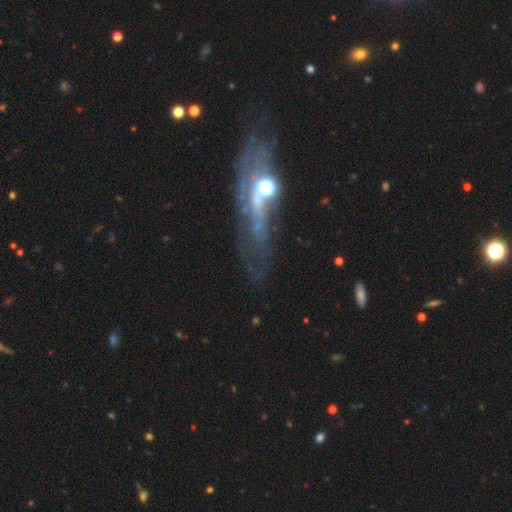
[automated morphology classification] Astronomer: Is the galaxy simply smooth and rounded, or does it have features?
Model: featured or disk — 59%.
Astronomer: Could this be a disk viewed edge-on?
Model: no — 56% (runner-up: yes, 44%).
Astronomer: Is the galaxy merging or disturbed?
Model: none — 52%.